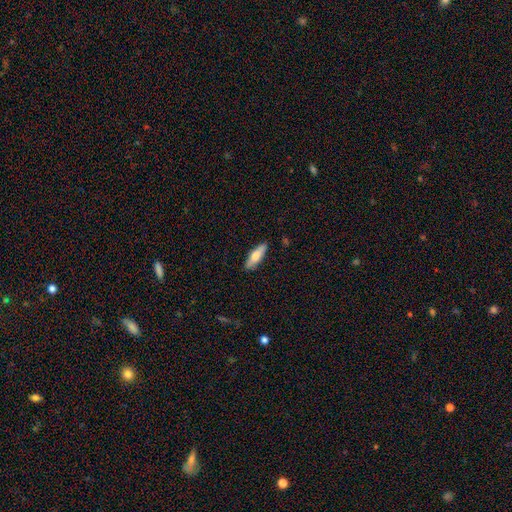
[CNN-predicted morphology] This appears to be a smooth galaxy with no disk features (66%) that is cigar-shaped (50%). Merging: none (87%).